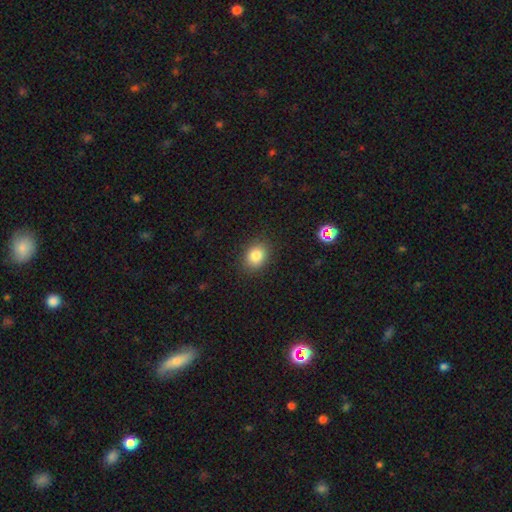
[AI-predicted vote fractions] Smooth or featured?
  - smooth: 84% *
  - star or artifact: 10%
  - featured or disk: 6%
How rounded?
  - in between: 56% *
  - round: 44%
  - cigar-shaped: 1%
Merging?
  - none: 87% *
  - minor disturbance: 10%
  - major disturbance: 3%
  - merger: 1%